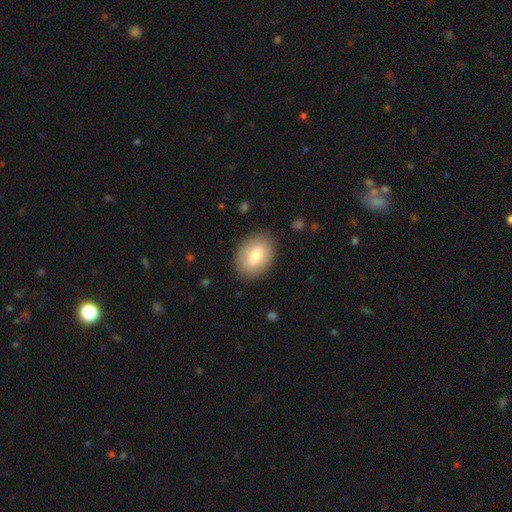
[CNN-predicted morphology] type=smooth (73%); roundness=in between (76%); merging=none (86%).